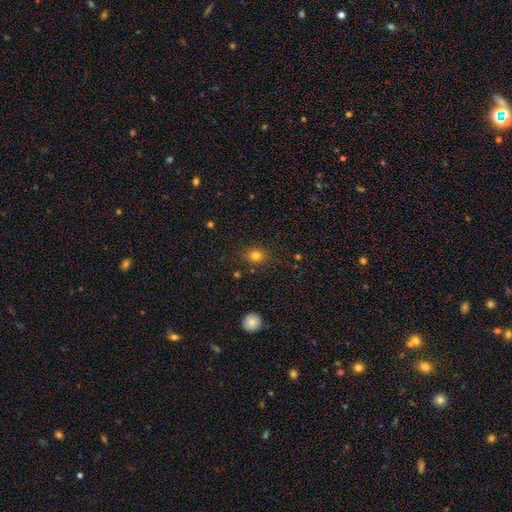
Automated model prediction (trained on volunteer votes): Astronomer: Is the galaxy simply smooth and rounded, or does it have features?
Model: smooth — 80%.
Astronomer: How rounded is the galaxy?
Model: round — 58% (runner-up: in between, 41%).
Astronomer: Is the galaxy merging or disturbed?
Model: none — 85%.